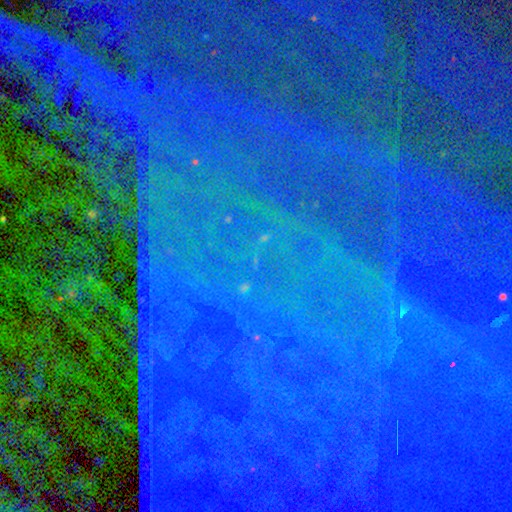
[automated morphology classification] Q: Smooth or featured?
A: star or artifact (85%); runner-up: featured or disk (8%)